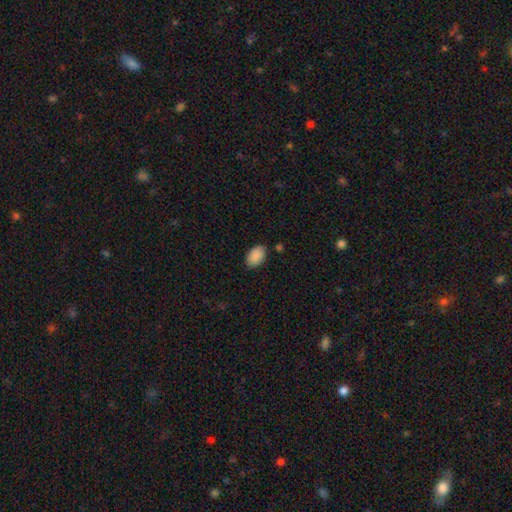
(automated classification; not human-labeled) Q: Smooth or featured?
A: smooth (90%); runner-up: star or artifact (7%)
Q: How rounded?
A: in between (90%); runner-up: round (8%)
Q: Merging?
A: none (83%); runner-up: minor disturbance (12%)